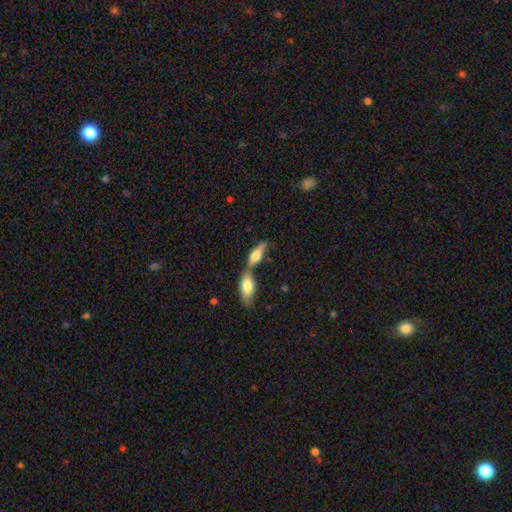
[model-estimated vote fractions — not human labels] This appears to be a smooth galaxy with no disk features (59%) that is in between round and cigar-shaped (60%). Merging: merger (53%).